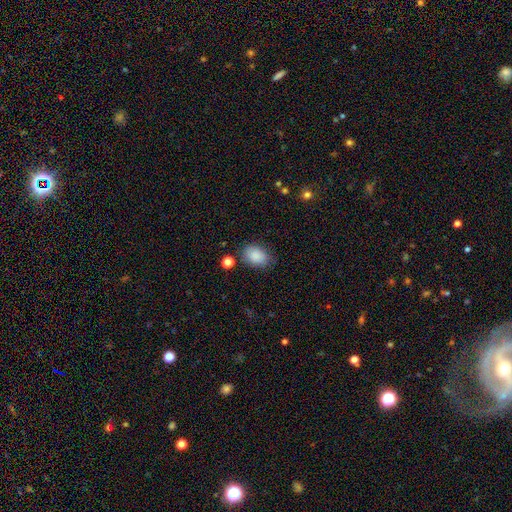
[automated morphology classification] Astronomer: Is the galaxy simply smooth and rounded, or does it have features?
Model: smooth — 86%.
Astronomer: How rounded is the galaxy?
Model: in between — 78%.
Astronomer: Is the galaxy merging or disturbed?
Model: none — 72%.